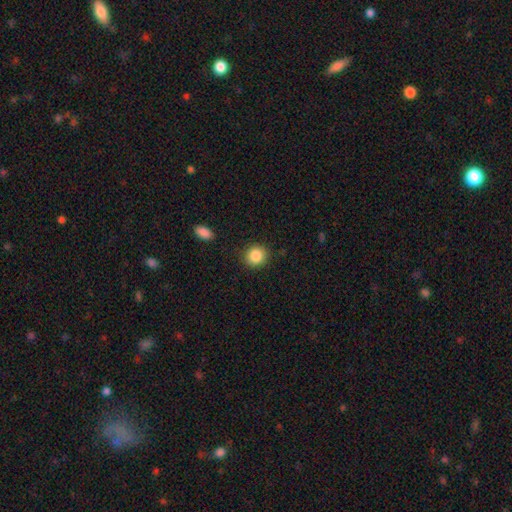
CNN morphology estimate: This is clearly a smooth galaxy (86%). How rounded: clearly round (83%). Merging: clearly none (89%).